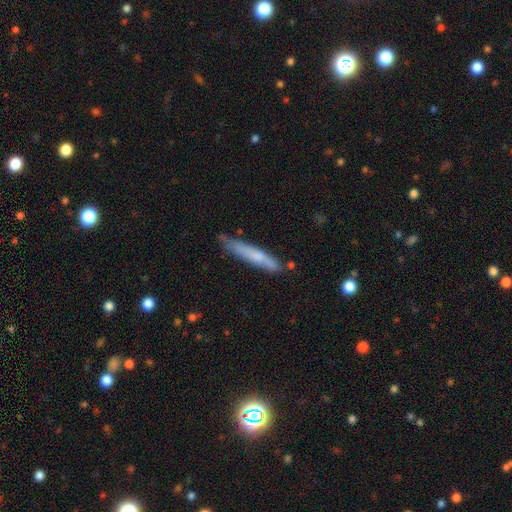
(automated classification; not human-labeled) smooth-or-featured: smooth: 60% | featured or disk: 34% | star or artifact: 6%
  how-rounded: cigar-shaped: 92% | in between: 6% | round: 1%
  merging: none: 69% | minor disturbance: 23% | major disturbance: 4% | merger: 4%